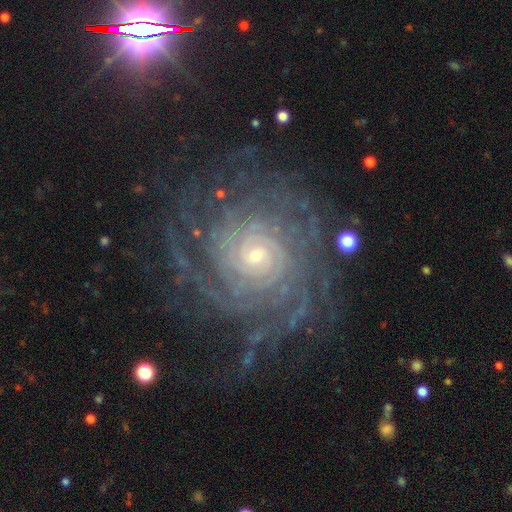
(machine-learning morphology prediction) This is clearly a featured or disk galaxy (86%). It is clearly not viewed edge-on (98%). Bar: likely no (78%). Spiral arm pattern: clearly yes (97%). Spiral arm count: marginally can't tell (28%). Spiral winding: likely tight (78%). Central bulge: likely small (75%). Merging: likely none (76%).